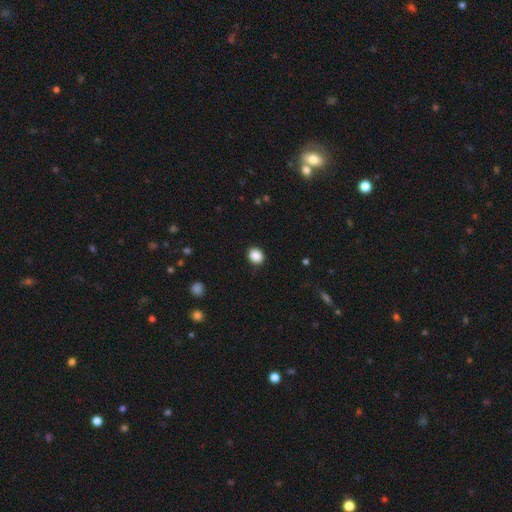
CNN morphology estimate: type=smooth (89%); roundness=round (52%); merging=none (88%).